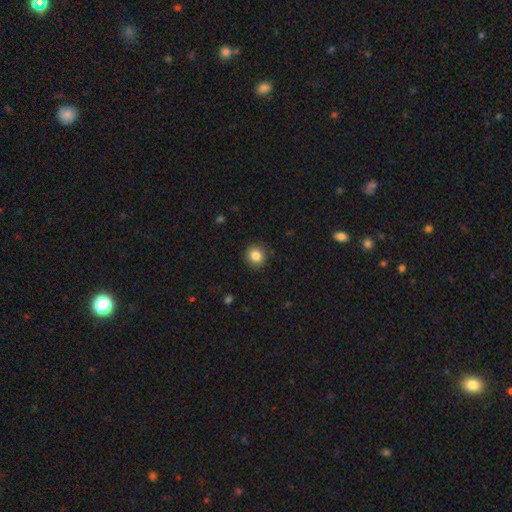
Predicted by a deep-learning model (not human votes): Q: Smooth or featured?
A: smooth (85%); runner-up: star or artifact (10%)
Q: How rounded?
A: round (91%); runner-up: in between (8%)
Q: Merging?
A: none (91%); runner-up: minor disturbance (6%)